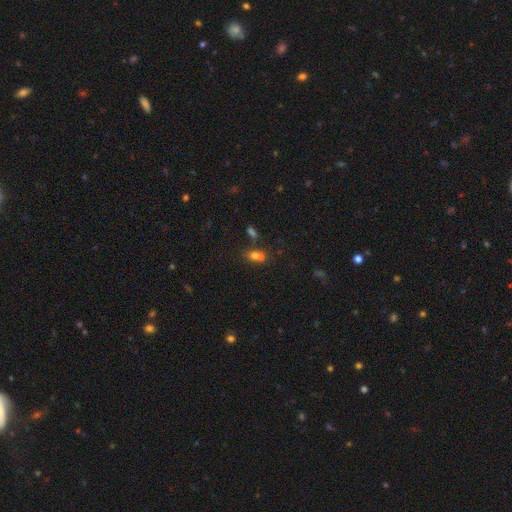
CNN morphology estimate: smooth_or_featured: smooth (p=0.68) [alt: star or artifact p=0.17]
how_rounded: in between (p=0.52) [alt: round p=0.45]
merging: merger (p=0.49) [alt: none p=0.36]